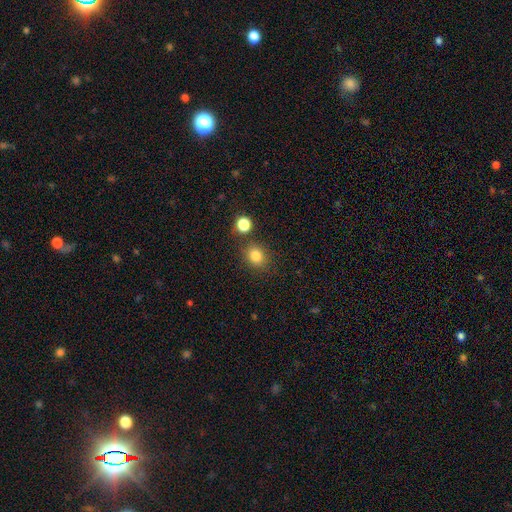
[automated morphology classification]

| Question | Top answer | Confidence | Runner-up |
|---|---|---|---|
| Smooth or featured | smooth | 82% | star or artifact (12%) |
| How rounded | round | 70% | in between (29%) |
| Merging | none | 79% | minor disturbance (10%) |